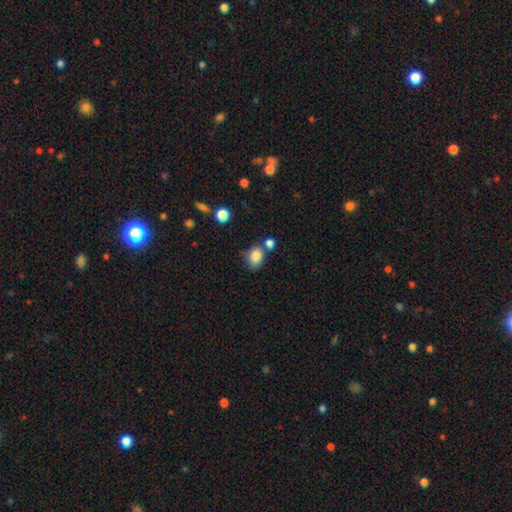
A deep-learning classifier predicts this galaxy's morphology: Overall: smooth (83%). How rounded: in between (61%; round 38%). Merging: none (56%; minor disturbance 21%).